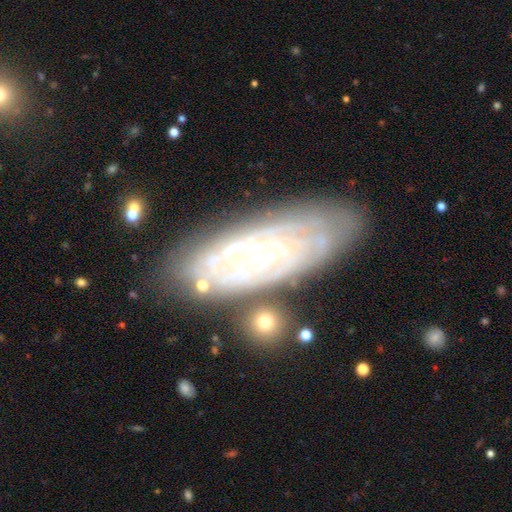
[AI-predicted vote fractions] The model was most divided on "spiral arm count": can't tell: 45%, 2: 16%, 3: 13%, 4: 12%, more than 4: 8%, 1: 5%. More confident: spiral arms — yes (94%); edge-on disk — no (90%); smooth or featured — featured or disk (84%); spiral winding — tight (83%); bulge size — small (81%); merging — none (76%); bar — no (70%).